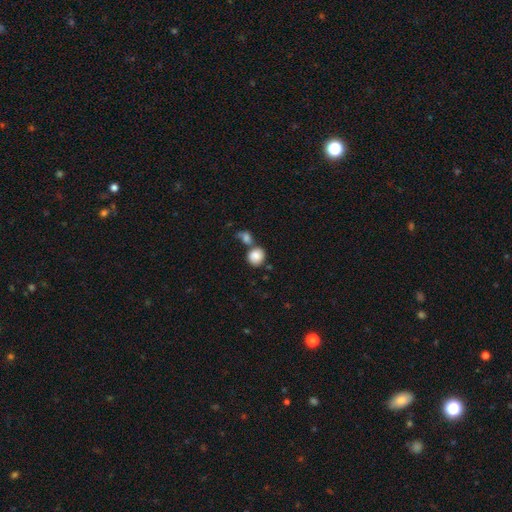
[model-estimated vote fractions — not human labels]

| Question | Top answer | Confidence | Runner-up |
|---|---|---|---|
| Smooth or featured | smooth | 86% | star or artifact (8%) |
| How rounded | round | 81% | in between (18%) |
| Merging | none | 44% | merger (41%) |